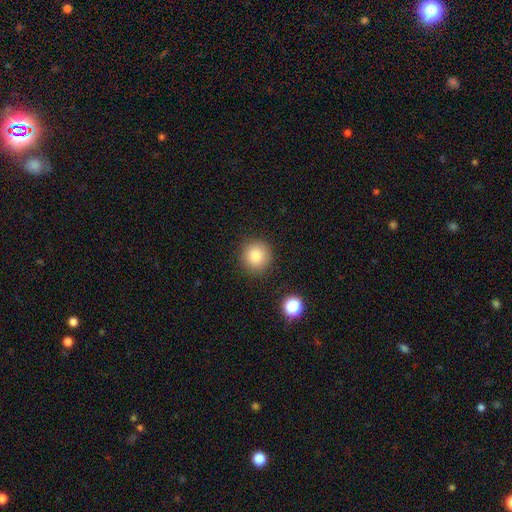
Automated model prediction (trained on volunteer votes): This appears to be a smooth galaxy with no disk features (83%) that is round (94%). Merging: none (89%).